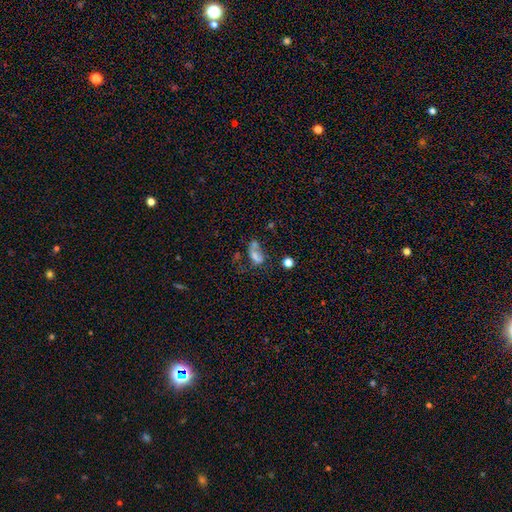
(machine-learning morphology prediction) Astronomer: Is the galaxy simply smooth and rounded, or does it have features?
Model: smooth — 57%.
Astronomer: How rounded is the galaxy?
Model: in between — 81%.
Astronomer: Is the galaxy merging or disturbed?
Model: merger — 31% (runner-up: major disturbance, 27%).